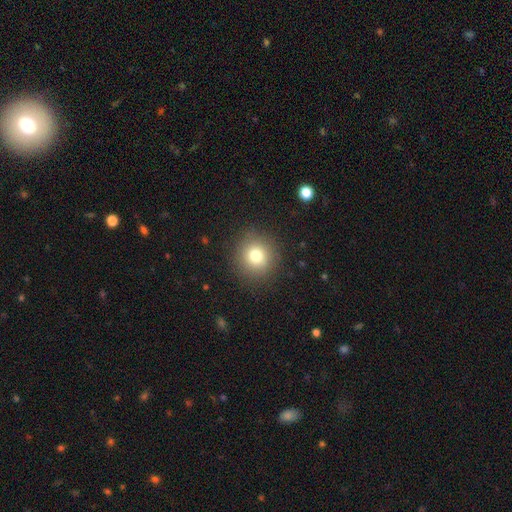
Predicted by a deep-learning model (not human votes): Smooth or featured?
  - smooth: 78% *
  - star or artifact: 13%
  - featured or disk: 9%
How rounded?
  - round: 92% *
  - in between: 7%
  - cigar-shaped: 1%
Merging?
  - none: 89% *
  - minor disturbance: 7%
  - major disturbance: 3%
  - merger: 1%